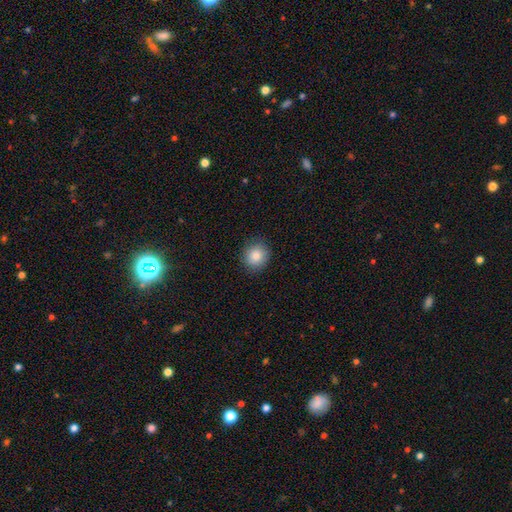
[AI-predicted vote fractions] Smooth or featured: smooth — 85% (star or artifact — 9%)
How rounded: round — 84% (in between — 15%)
Merging: none — 89% (minor disturbance — 8%)